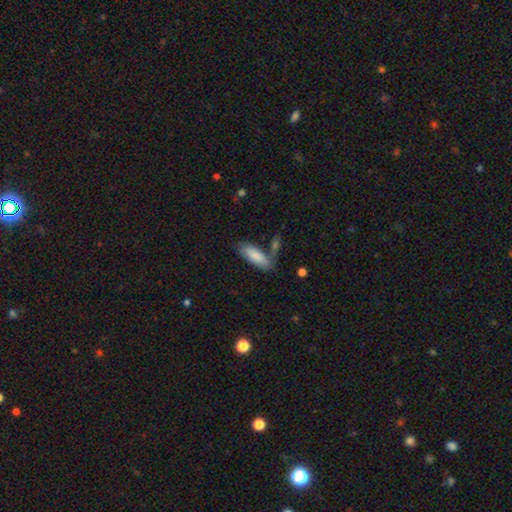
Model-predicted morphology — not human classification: This is clearly a smooth galaxy (85%). How rounded: likely in between (67%). Merging: likely none (68%).